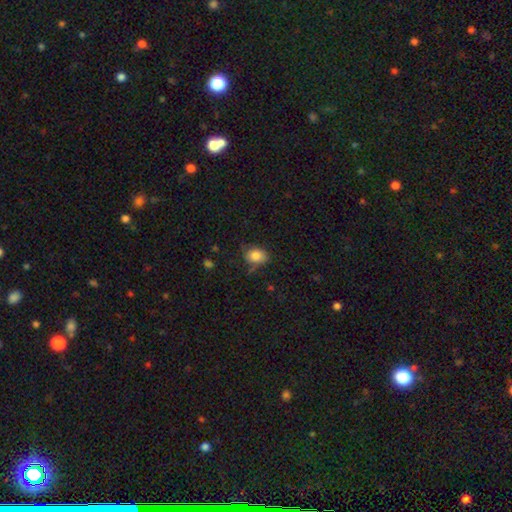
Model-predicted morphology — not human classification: Smooth or featured? Predicted: smooth (p=0.83). How rounded? Predicted: in between (p=0.65). Merging? Predicted: none (p=0.67).